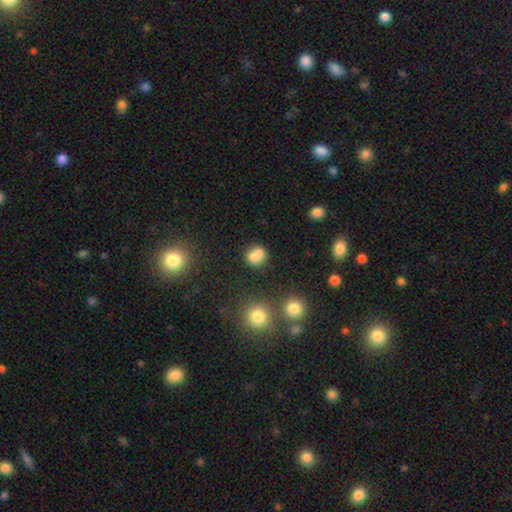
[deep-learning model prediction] smooth-or-featured: smooth: 73% | featured or disk: 13% | star or artifact: 13%
  how-rounded: round: 76% | in between: 22% | cigar-shaped: 1%
  merging: merger: 43% | none: 42% | minor disturbance: 10% | major disturbance: 5%